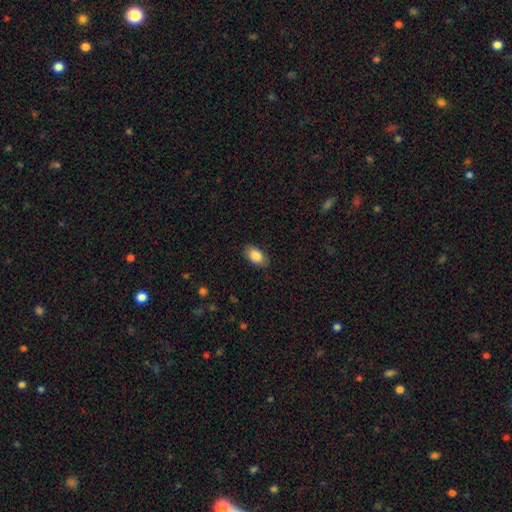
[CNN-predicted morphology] Smooth or featured? Predicted: smooth (p=0.85). How rounded? Predicted: in between (p=0.91). Merging? Predicted: none (p=0.85).